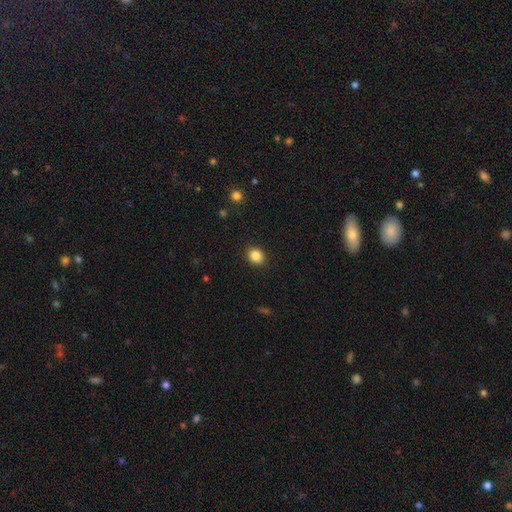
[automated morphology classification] The model was most divided on "how rounded": round: 63%, in between: 36%, cigar-shaped: 1%. More confident: merging — none (90%); smooth or featured — smooth (86%).